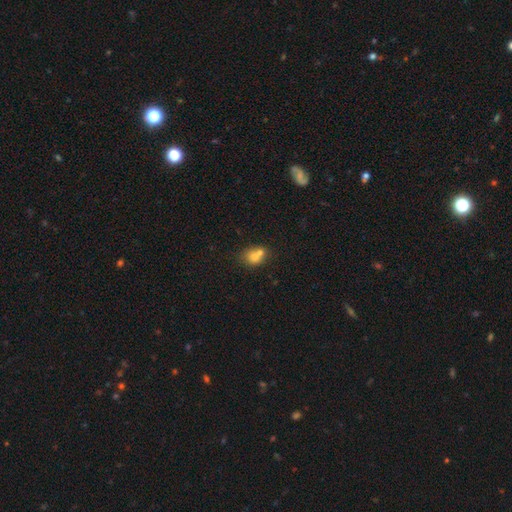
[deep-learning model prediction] Smooth or featured: smooth — 74% (featured or disk — 14%)
How rounded: round — 60% (in between — 38%)
Merging: merger — 50% (none — 36%)